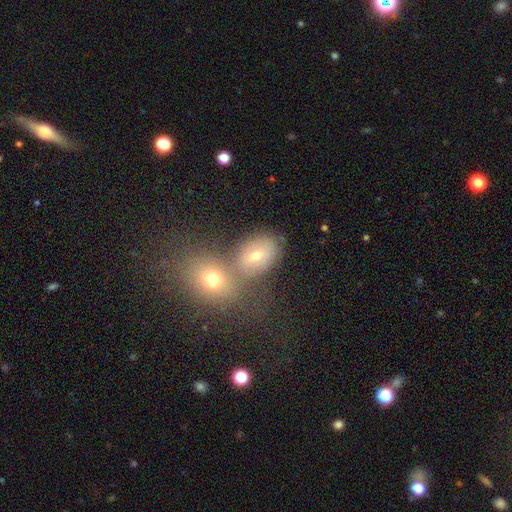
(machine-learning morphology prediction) Smooth or featured? smooth (61%)
How rounded? in between (62%)
Merging? none (45%)